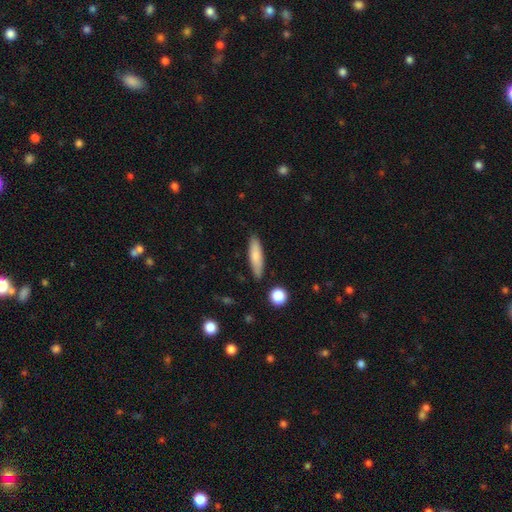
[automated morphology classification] This appears to be a smooth galaxy with no disk features (79%) that is cigar-shaped (67%). Merging: none (86%).